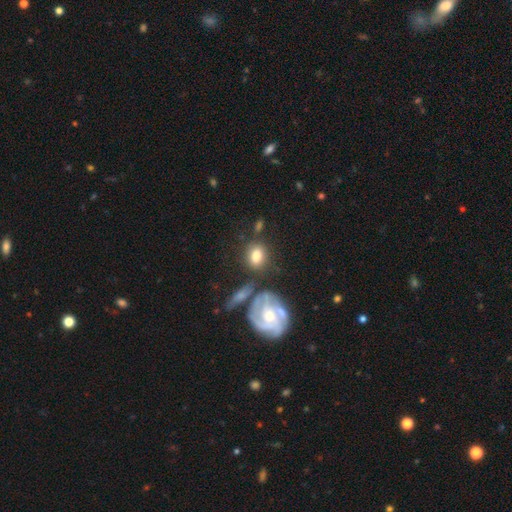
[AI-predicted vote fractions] A smooth galaxy with no disk features (73%) that is in between round and cigar-shaped (60%). Merging: none (57%).